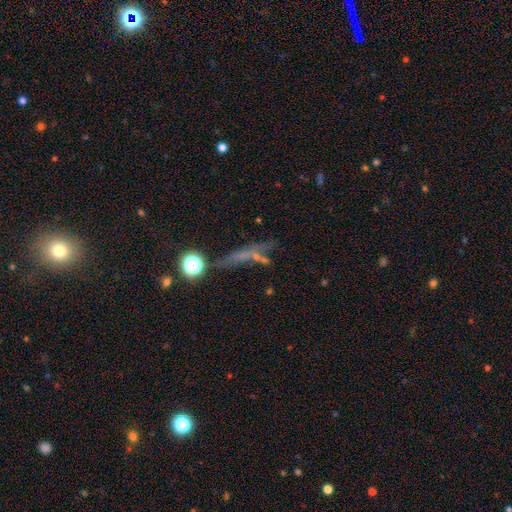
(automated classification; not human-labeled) Smooth or featured? smooth (37%)
Merging? none (56%)